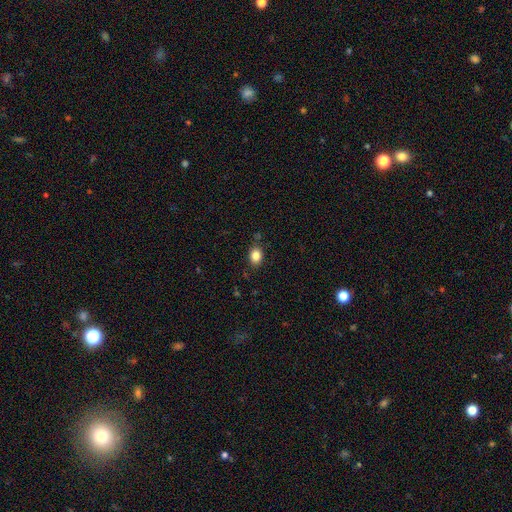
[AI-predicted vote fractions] This is clearly a smooth galaxy (84%). How rounded: likely in between (60%). Merging: clearly none (84%).